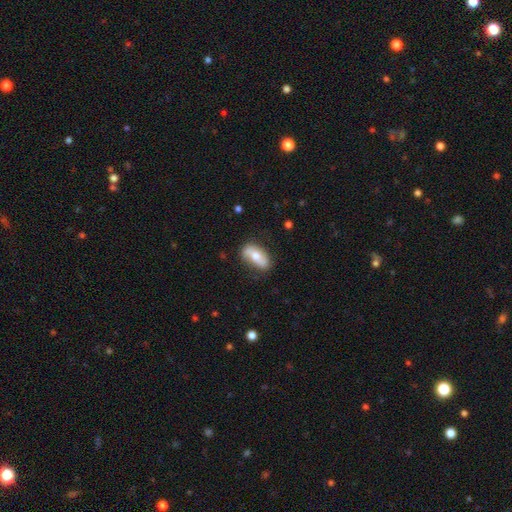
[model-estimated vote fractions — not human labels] smooth-or-featured: smooth: 49% | featured or disk: 45% | star or artifact: 6%
  merging: none: 75% | minor disturbance: 19% | major disturbance: 5% | merger: 2%